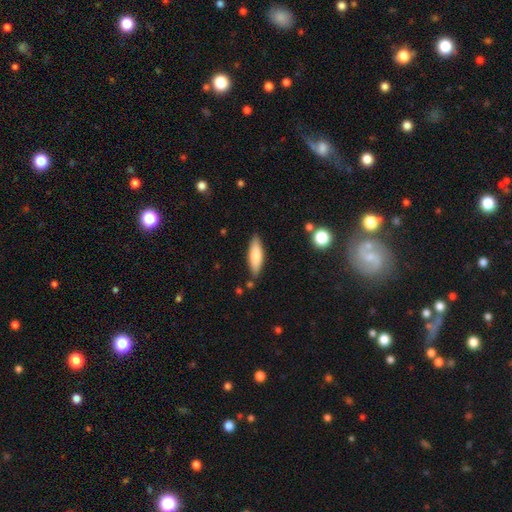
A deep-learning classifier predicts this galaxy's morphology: smooth-or-featured: smooth: 76% | featured or disk: 18% | star or artifact: 6%
  how-rounded: cigar-shaped: 52% | in between: 46% | round: 2%
  merging: none: 84% | minor disturbance: 11% | merger: 3% | major disturbance: 2%